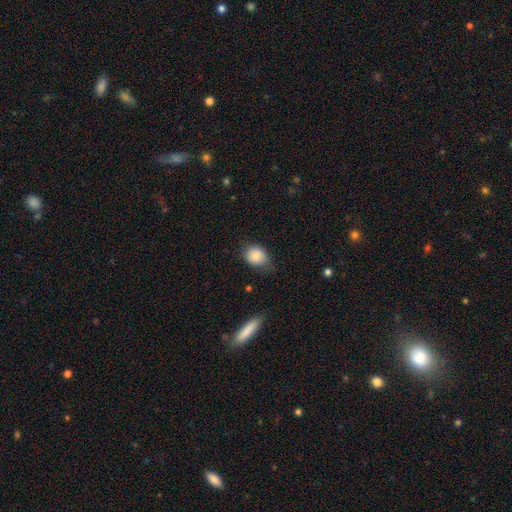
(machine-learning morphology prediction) type=smooth (82%); roundness=round (63%); merging=none (66%).